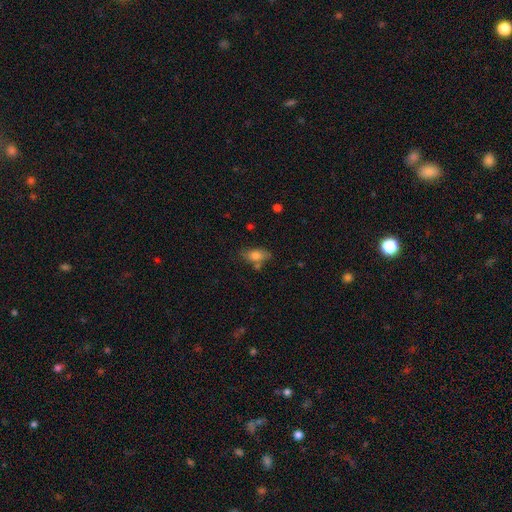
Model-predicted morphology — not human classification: smooth-or-featured: smooth: 77% | featured or disk: 14% | star or artifact: 9%
  how-rounded: in between: 84% | cigar-shaped: 10% | round: 6%
  merging: none: 64% | minor disturbance: 19% | merger: 13% | major disturbance: 5%